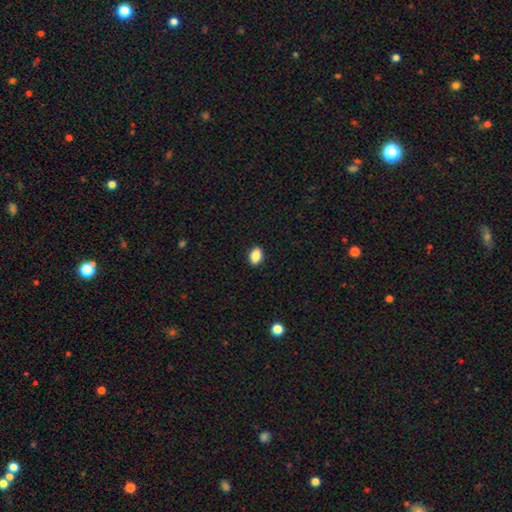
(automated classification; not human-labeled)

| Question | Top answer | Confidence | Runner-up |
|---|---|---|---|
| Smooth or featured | smooth | 87% | star or artifact (8%) |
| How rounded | in between | 85% | round (13%) |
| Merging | none | 90% | minor disturbance (7%) |